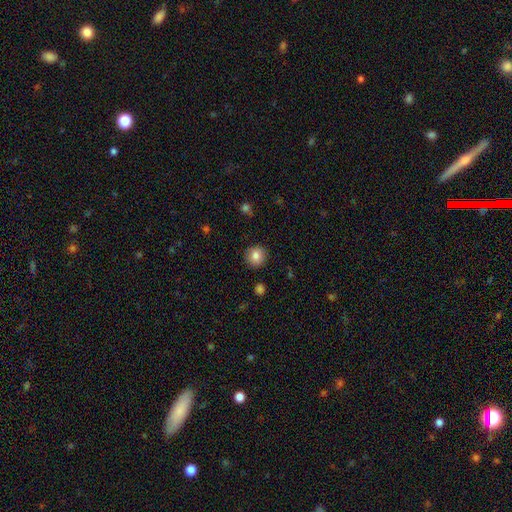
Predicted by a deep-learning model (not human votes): Smooth or featured: smooth — 84% (star or artifact — 9%)
How rounded: round — 93% (in between — 7%)
Merging: none — 90% (minor disturbance — 6%)